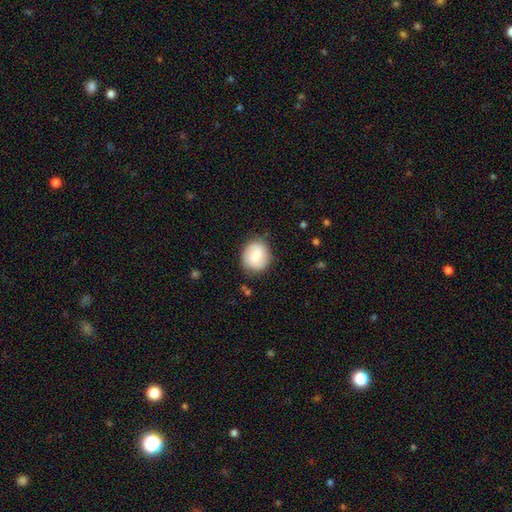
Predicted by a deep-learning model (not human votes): Smooth or featured?
  - smooth: 71% *
  - featured or disk: 22%
  - star or artifact: 7%
How rounded?
  - round: 77% *
  - in between: 22%
  - cigar-shaped: 1%
Merging?
  - none: 81% *
  - minor disturbance: 14%
  - major disturbance: 4%
  - merger: 1%